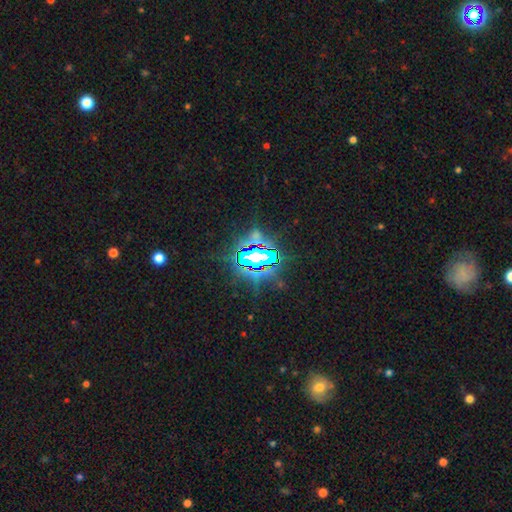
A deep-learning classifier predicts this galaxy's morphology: Smooth or featured? star or artifact (82%)